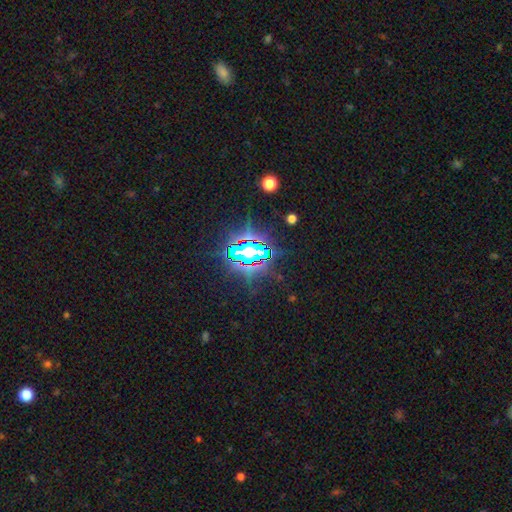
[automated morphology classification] type=star or artifact (77%).